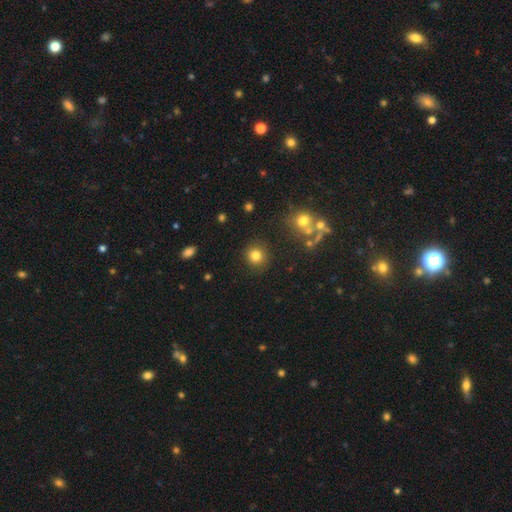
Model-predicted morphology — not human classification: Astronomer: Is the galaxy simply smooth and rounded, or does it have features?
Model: smooth — 81%.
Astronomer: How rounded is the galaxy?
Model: round — 90%.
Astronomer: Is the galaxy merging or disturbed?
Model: none — 87%.